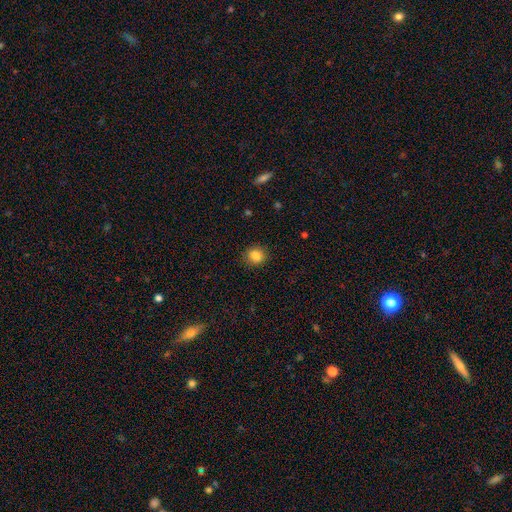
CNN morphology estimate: Smooth or featured? smooth (85%)
How rounded? round (79%)
Merging? none (89%)